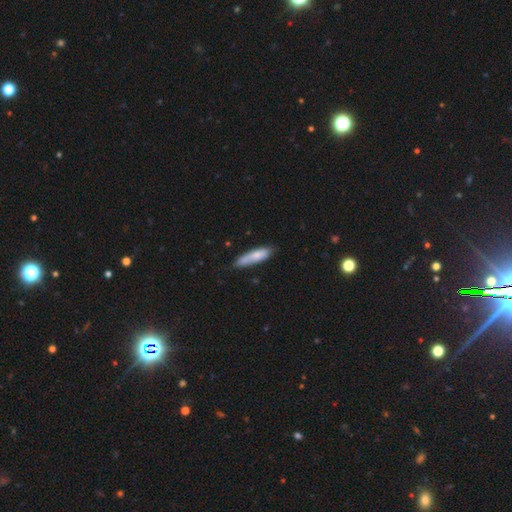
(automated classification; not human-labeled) Smooth or featured? smooth (76%)
How rounded? cigar-shaped (68%)
Merging? none (70%)